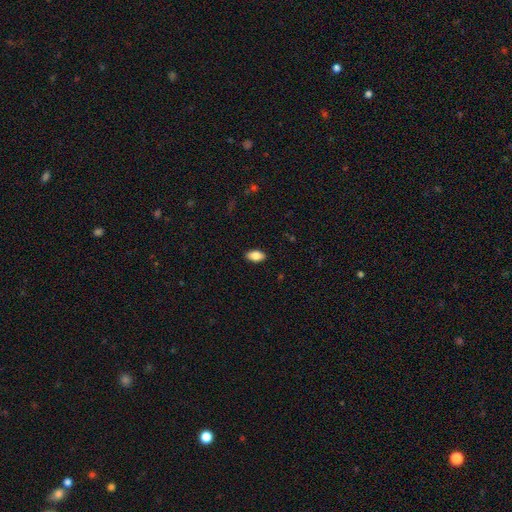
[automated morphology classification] Smooth or featured?
  - smooth: 85% *
  - featured or disk: 8%
  - star or artifact: 7%
How rounded?
  - in between: 93% *
  - round: 4%
  - cigar-shaped: 3%
Merging?
  - none: 89% *
  - minor disturbance: 8%
  - major disturbance: 2%
  - merger: 1%